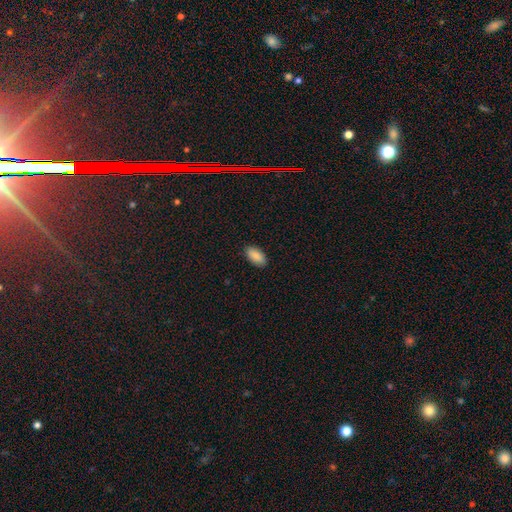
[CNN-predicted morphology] type=smooth (88%); roundness=in between (94%); merging=none (89%).